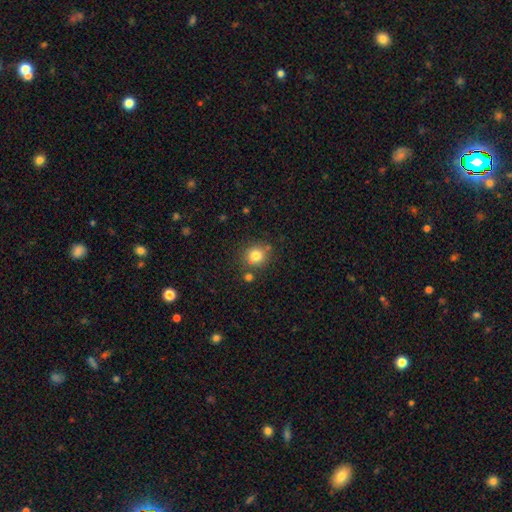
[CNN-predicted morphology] Smooth or featured?
  - smooth: 80% *
  - star or artifact: 12%
  - featured or disk: 8%
How rounded?
  - round: 90% *
  - in between: 9%
  - cigar-shaped: 1%
Merging?
  - none: 76% *
  - minor disturbance: 11%
  - merger: 10%
  - major disturbance: 3%